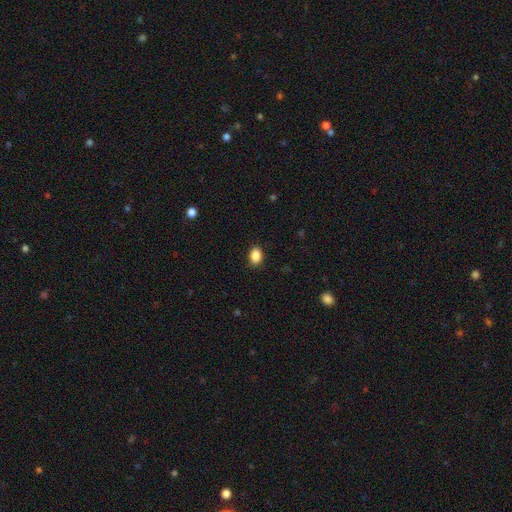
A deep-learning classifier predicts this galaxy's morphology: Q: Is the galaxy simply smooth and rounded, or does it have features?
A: smooth — 88%.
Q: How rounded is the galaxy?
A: in between — 75%.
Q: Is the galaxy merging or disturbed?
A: none — 87%.